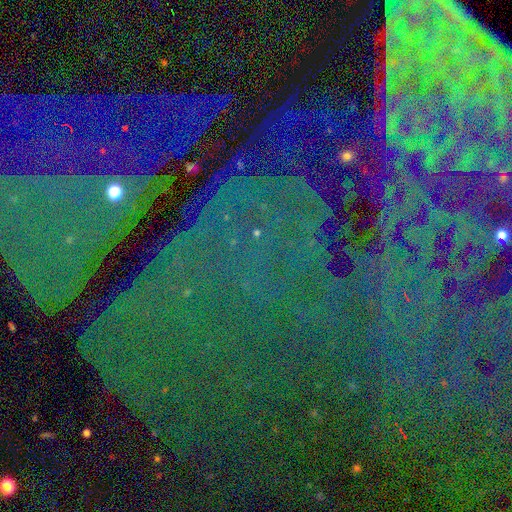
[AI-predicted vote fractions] A star or artifact, not a galaxy (85%).

Vote fractions:
- Smooth or featured? star or artifact: 85% / featured or disk: 8% / smooth: 7%